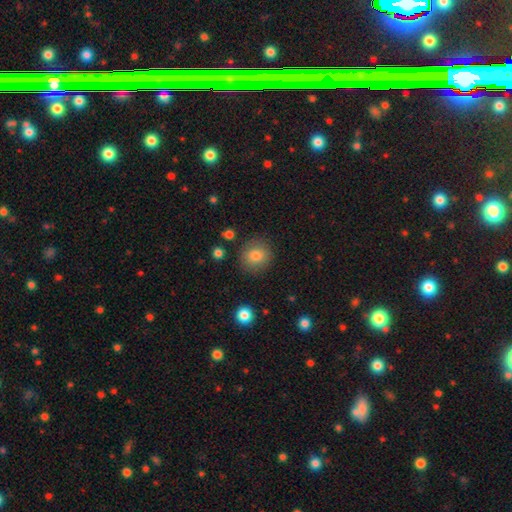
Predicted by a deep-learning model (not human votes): Overall: smooth (83%). How rounded: round (87%). Merging: none (86%).